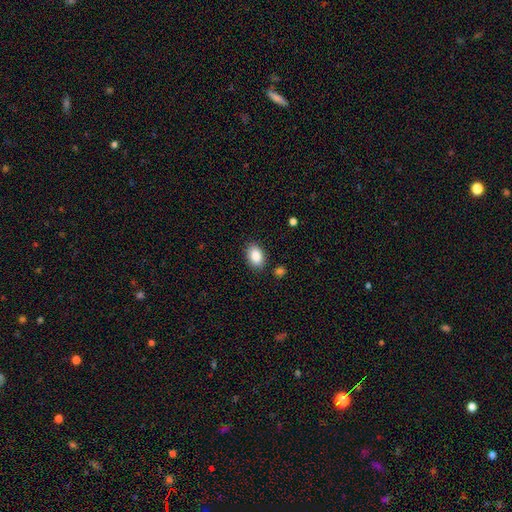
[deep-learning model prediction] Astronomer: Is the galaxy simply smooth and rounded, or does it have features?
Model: smooth — 87%.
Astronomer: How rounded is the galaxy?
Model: in between — 85%.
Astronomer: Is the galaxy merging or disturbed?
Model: none — 86%.